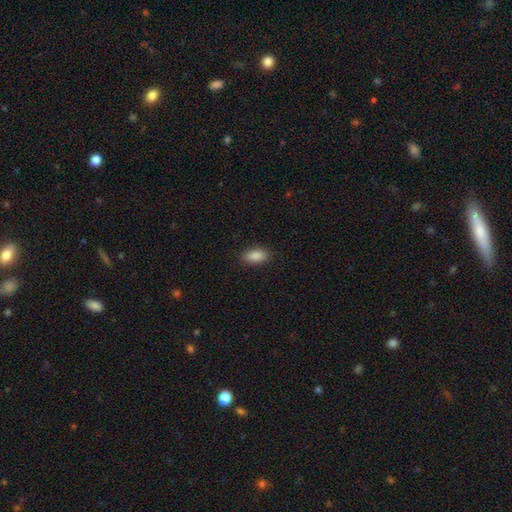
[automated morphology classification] Overall: smooth (88%). How rounded: in between (90%). Merging: none (88%).